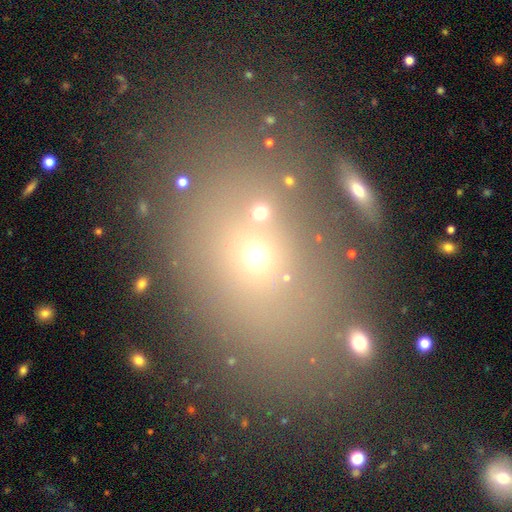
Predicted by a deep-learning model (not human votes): Smooth or featured: smooth — 53% (star or artifact — 31%)
How rounded: in between — 65% (round — 33%)
Merging: none — 76% (minor disturbance — 11%)